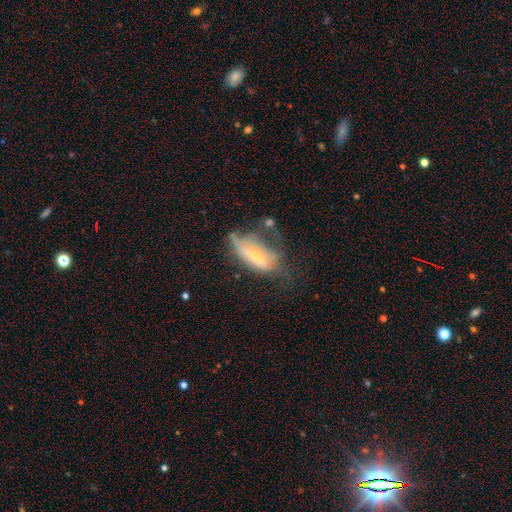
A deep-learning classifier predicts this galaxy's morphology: smooth_or_featured: featured or disk (p=0.51) [alt: smooth p=0.41]
disk_edge_on: no (p=0.72) [alt: yes p=0.28]
merging: none (p=0.31) [tied with: major disturbance p=0.31]